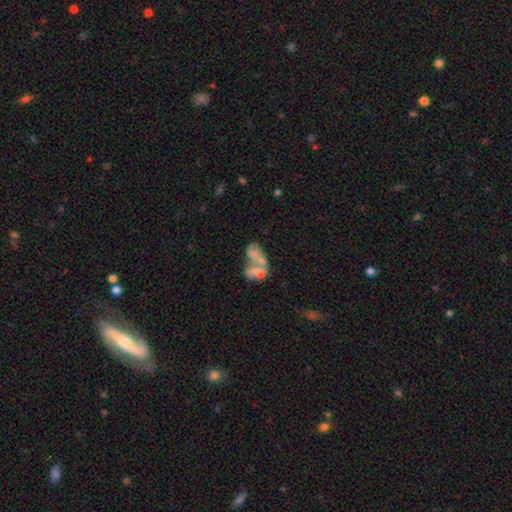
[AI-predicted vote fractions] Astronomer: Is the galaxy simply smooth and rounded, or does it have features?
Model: featured or disk — 45% (runner-up: smooth, 43%).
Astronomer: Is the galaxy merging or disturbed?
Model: merger — 67%.